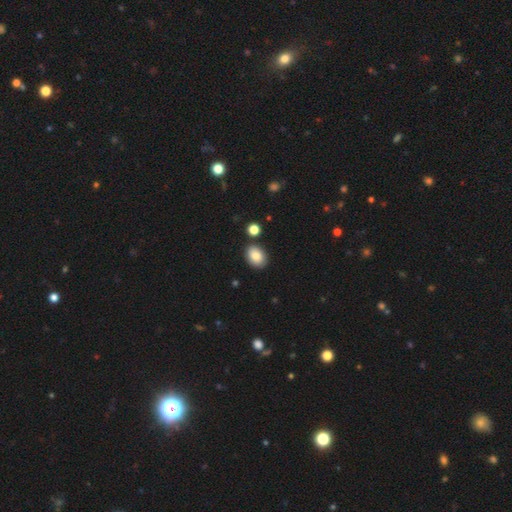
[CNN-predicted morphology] Smooth or featured?
  - smooth: 84% *
  - star or artifact: 8%
  - featured or disk: 8%
How rounded?
  - in between: 75% *
  - round: 24%
  - cigar-shaped: 1%
Merging?
  - none: 81% *
  - minor disturbance: 11%
  - merger: 5%
  - major disturbance: 3%